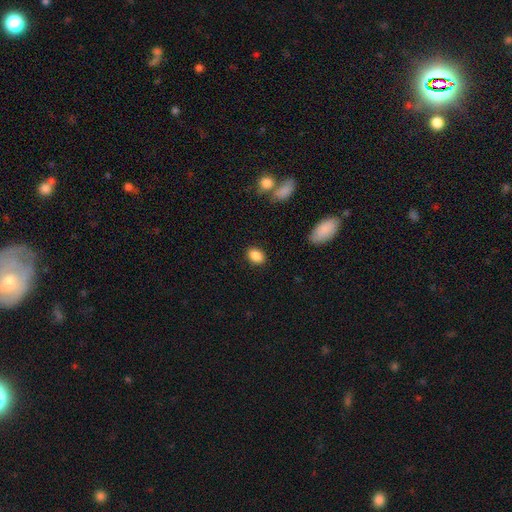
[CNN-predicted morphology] Smooth or featured: smooth — 88% (star or artifact — 8%)
How rounded: in between — 81% (round — 18%)
Merging: none — 86% (minor disturbance — 10%)